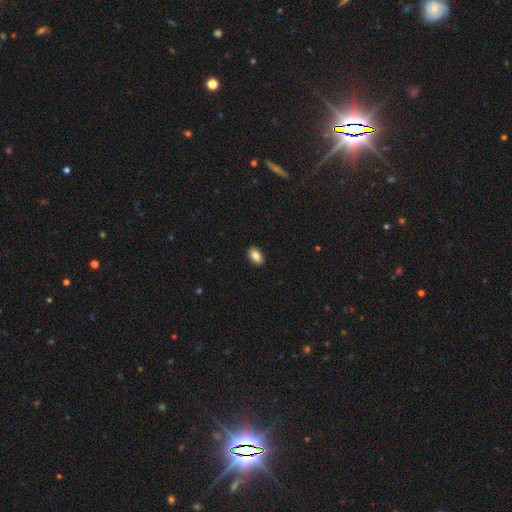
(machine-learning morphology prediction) Q: Smooth or featured?
A: smooth (86%); runner-up: star or artifact (8%)
Q: How rounded?
A: in between (89%); runner-up: round (9%)
Q: Merging?
A: none (90%); runner-up: minor disturbance (7%)